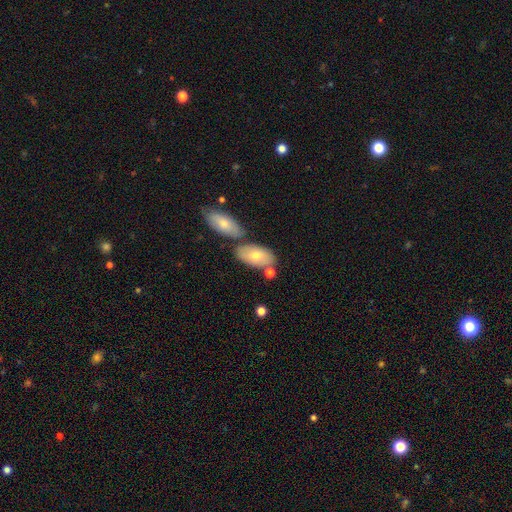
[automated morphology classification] Q: Smooth or featured?
A: smooth (67%); runner-up: featured or disk (26%)
Q: How rounded?
A: in between (91%); runner-up: cigar-shaped (5%)
Q: Merging?
A: none (53%); runner-up: merger (31%)